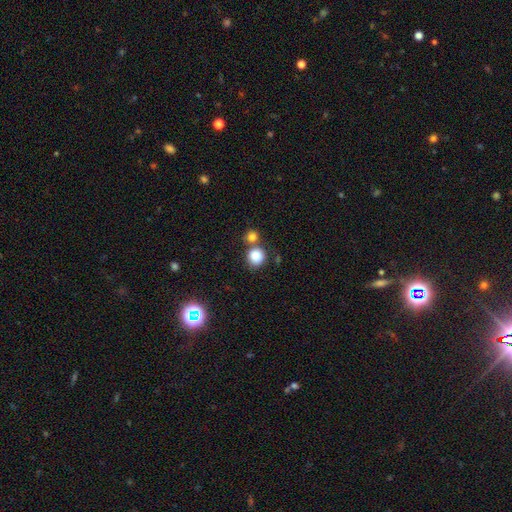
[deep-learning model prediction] Smooth or featured?
  - smooth: 84% *
  - star or artifact: 10%
  - featured or disk: 5%
How rounded?
  - round: 87% *
  - in between: 12%
  - cigar-shaped: 1%
Merging?
  - none: 59% *
  - merger: 27%
  - minor disturbance: 10%
  - major disturbance: 3%